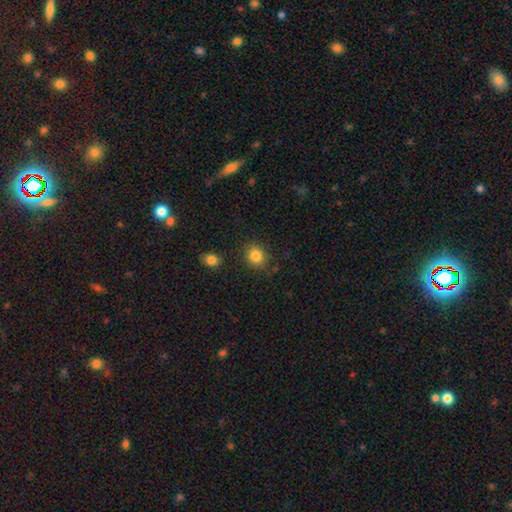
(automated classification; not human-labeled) Q: Smooth or featured?
A: smooth (85%); runner-up: star or artifact (10%)
Q: How rounded?
A: round (76%); runner-up: in between (24%)
Q: Merging?
A: none (85%); runner-up: minor disturbance (9%)